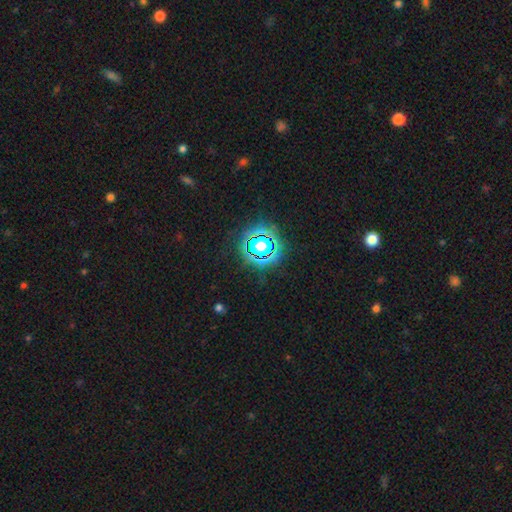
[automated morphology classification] This is clearly a star or artifact rather than a galaxy (80%).